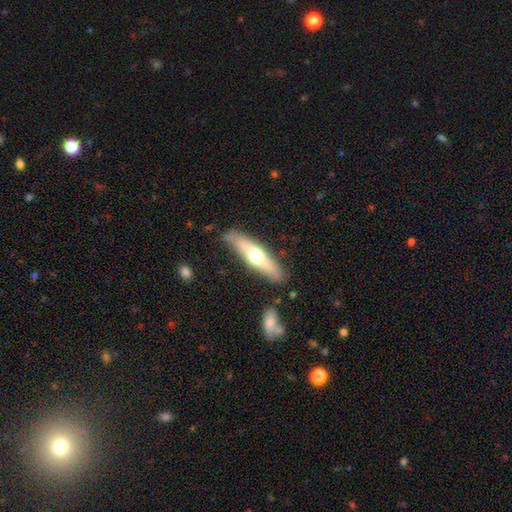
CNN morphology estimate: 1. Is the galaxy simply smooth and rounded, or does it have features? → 48% smooth, 46% featured or disk, 5% star or artifact.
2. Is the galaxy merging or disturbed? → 81% none, 13% minor disturbance, 3% major disturbance, 3% merger.